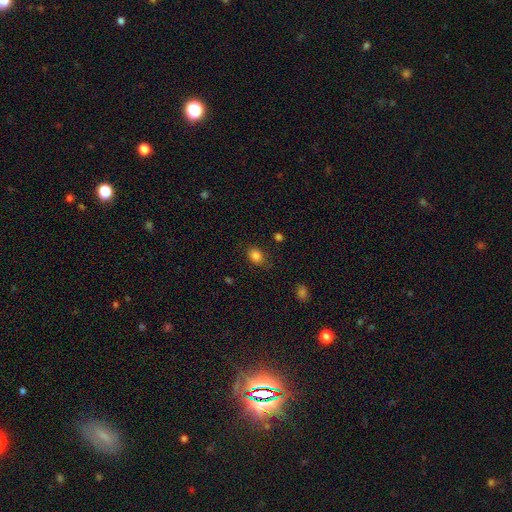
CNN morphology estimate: This is clearly a smooth galaxy (84%). How rounded: likely in between (63%). Merging: likely none (80%).